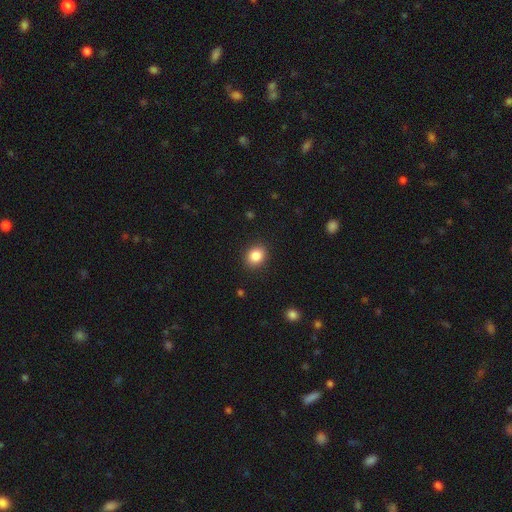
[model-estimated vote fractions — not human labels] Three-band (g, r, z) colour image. It shows a smooth galaxy with no disk features (86%) that is round (57%). Merging: none (90%).